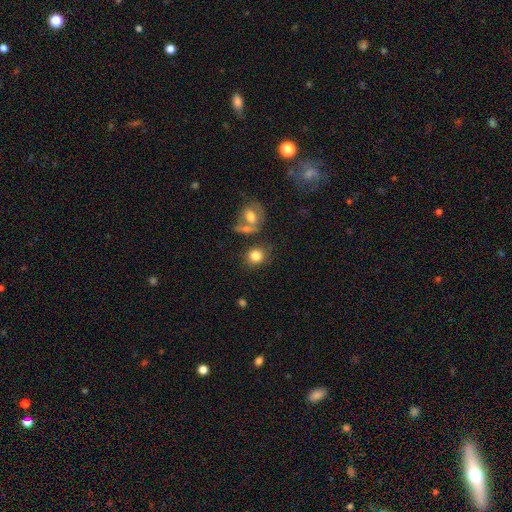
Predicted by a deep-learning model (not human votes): smooth-or-featured: smooth: 82% | star or artifact: 10% | featured or disk: 8%
  how-rounded: round: 72% | in between: 27% | cigar-shaped: 1%
  merging: none: 67% | merger: 15% | minor disturbance: 13% | major disturbance: 5%